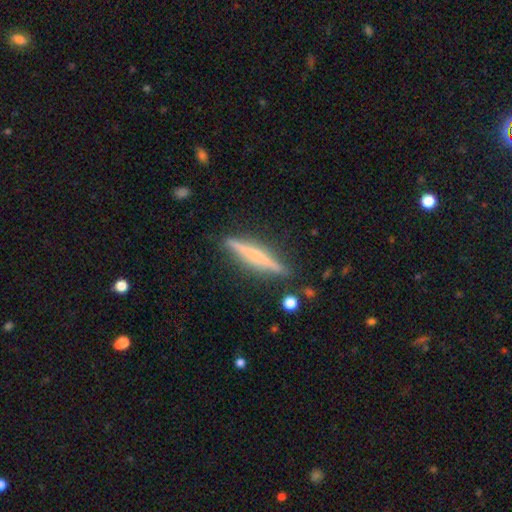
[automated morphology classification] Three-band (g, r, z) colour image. It shows a featured or disk galaxy (60%) viewed edge-on (97%) with no central bulge (49%). Merging: none (88%).